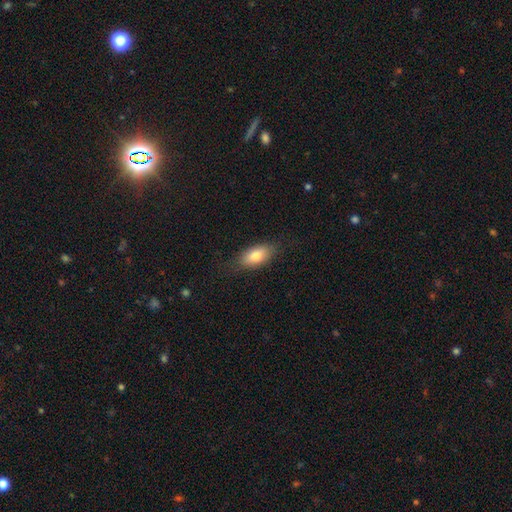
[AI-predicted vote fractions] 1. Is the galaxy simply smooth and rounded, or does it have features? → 79% smooth, 15% featured or disk, 7% star or artifact.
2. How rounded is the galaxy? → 88% in between, 8% cigar-shaped, 4% round.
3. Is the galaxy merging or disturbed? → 80% none, 15% minor disturbance, 4% major disturbance, 1% merger.